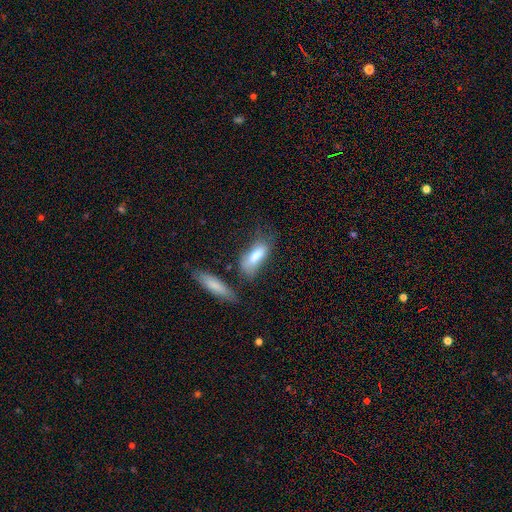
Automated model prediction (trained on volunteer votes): A smooth galaxy with no disk features (74%) that is in between round and cigar-shaped (68%).

Vote fractions:
- Smooth or featured? smooth: 74% / featured or disk: 19% / star or artifact: 7%
- How rounded? in between: 68% / cigar-shaped: 30% / round: 2%
- Merging? none: 43% / minor disturbance: 25% / merger: 17% / major disturbance: 15%